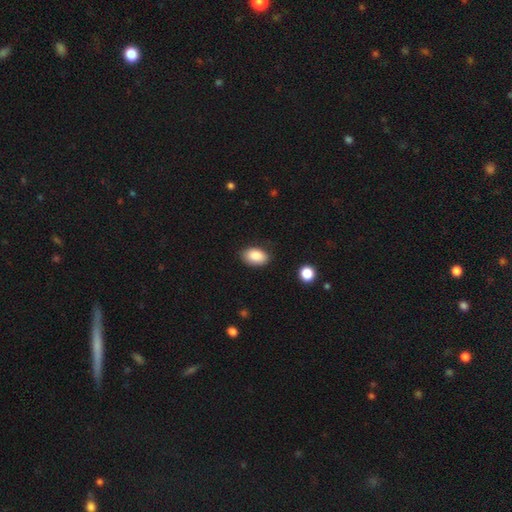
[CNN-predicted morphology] Q: Smooth or featured?
A: smooth (88%); runner-up: star or artifact (7%)
Q: How rounded?
A: in between (91%); runner-up: round (8%)
Q: Merging?
A: none (84%); runner-up: minor disturbance (12%)